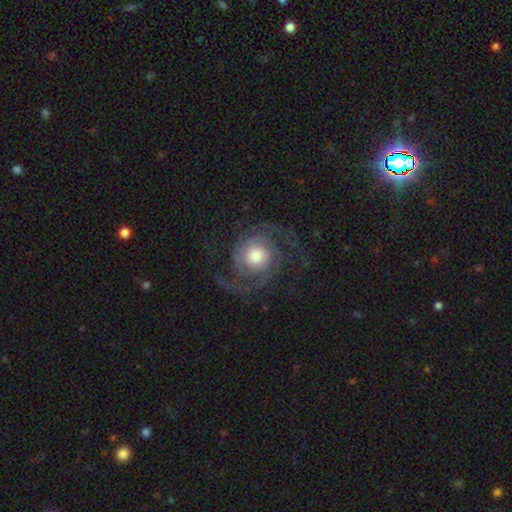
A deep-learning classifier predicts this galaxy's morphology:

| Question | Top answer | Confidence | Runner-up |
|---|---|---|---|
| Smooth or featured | featured or disk | 87% | smooth (8%) |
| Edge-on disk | no | 98% | yes (2%) |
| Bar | no | 76% | weak (19%) |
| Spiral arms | yes | 97% | no (3%) |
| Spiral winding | medium | 46% | tight (34%) |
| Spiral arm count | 2 | 67% | 3 (12%) |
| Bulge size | moderate | 50% | large (26%) |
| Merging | none | 72% | major disturbance (15%) |